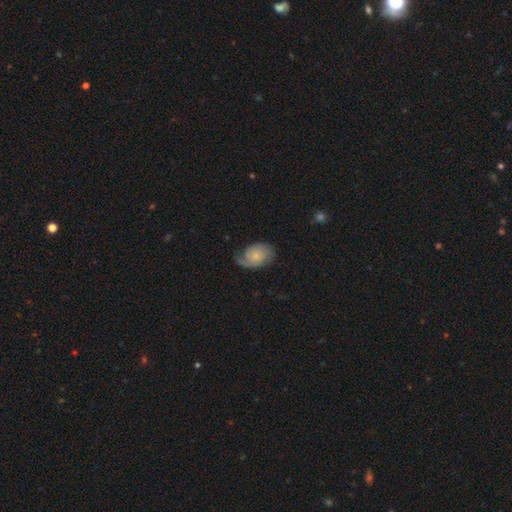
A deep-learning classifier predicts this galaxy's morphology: Overall: featured or disk (57%; smooth 37%). Edge-on disk: no (96%). Bar: no (78%). Spiral arms: yes (89%). Bulge size: small (64%). Merging: none (56%; minor disturbance 28%).